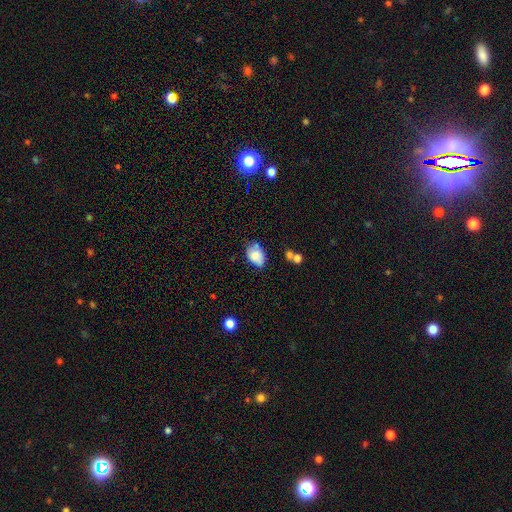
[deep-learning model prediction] Smooth or featured?
  - smooth: 77% *
  - featured or disk: 15%
  - star or artifact: 8%
How rounded?
  - in between: 85% *
  - round: 13%
  - cigar-shaped: 1%
Merging?
  - none: 55% *
  - minor disturbance: 31%
  - merger: 8%
  - major disturbance: 6%